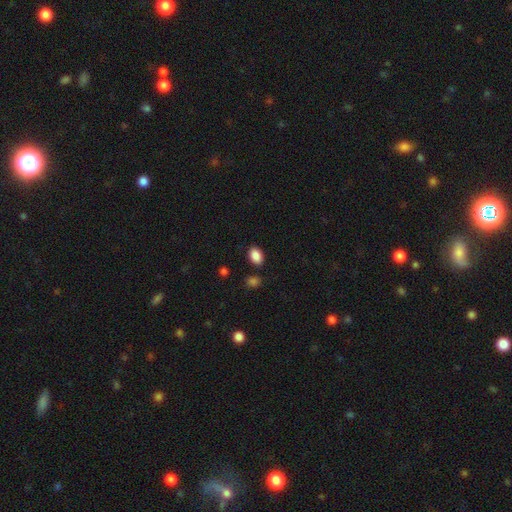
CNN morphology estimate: Smooth or featured? Predicted: smooth (p=0.89). How rounded? Predicted: in between (p=0.85). Merging? Predicted: none (p=0.85).